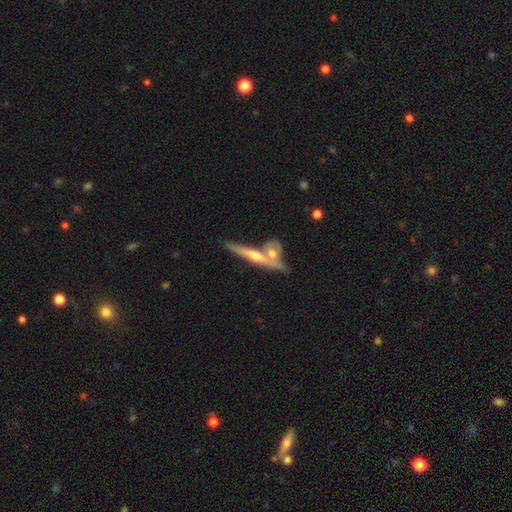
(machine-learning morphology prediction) type=featured or disk (66%); edge-on=yes (91%); edge-on bulge=rounded (76%); merging=none (53%).